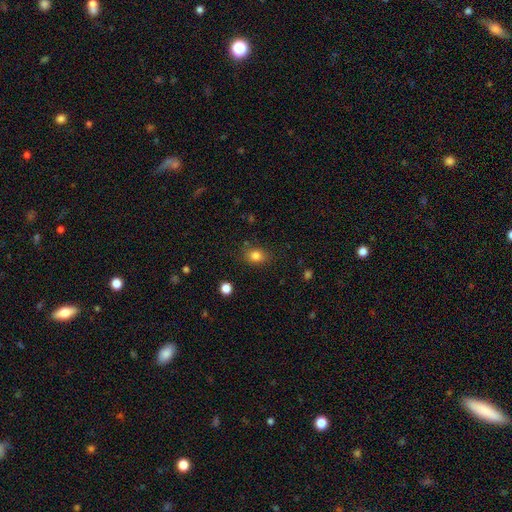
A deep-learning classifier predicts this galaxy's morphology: Q: Smooth or featured?
A: smooth (82%); runner-up: star or artifact (11%)
Q: How rounded?
A: in between (56%); runner-up: round (42%)
Q: Merging?
A: none (80%); runner-up: minor disturbance (14%)